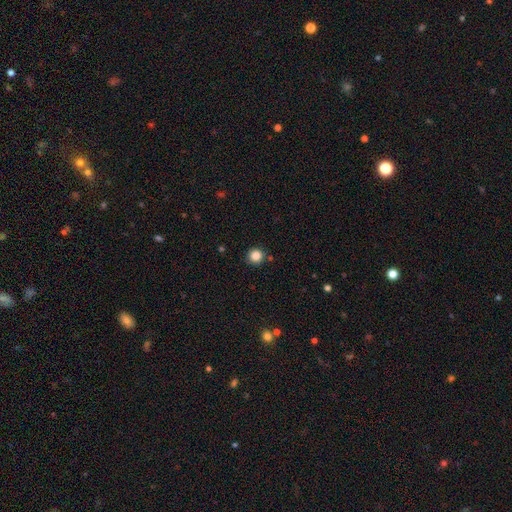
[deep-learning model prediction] Smooth or featured? Predicted: smooth (p=0.84). How rounded? Predicted: round (p=0.94). Merging? Predicted: none (p=0.89).